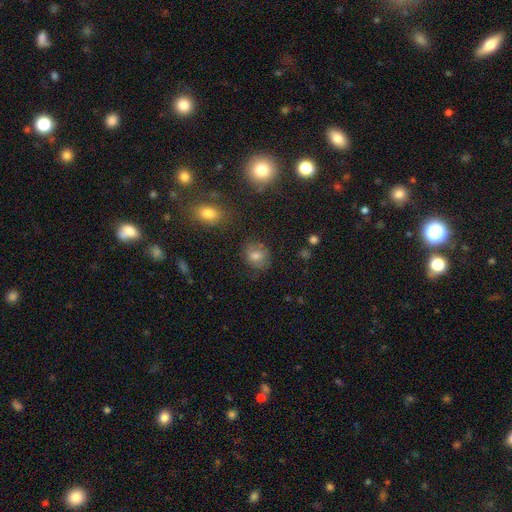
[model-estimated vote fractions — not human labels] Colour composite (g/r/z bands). It shows a smooth galaxy with no disk features (68%) that is round (70%). Merging: none (77%).